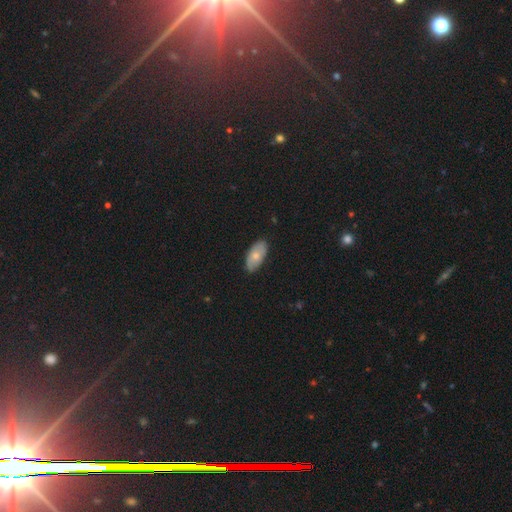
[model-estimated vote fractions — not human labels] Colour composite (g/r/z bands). It shows a smooth galaxy with no disk features (65%) that is in between round and cigar-shaped (93%). Merging: none (83%).